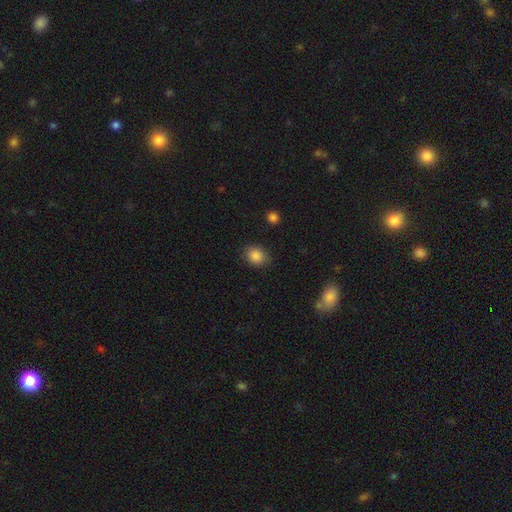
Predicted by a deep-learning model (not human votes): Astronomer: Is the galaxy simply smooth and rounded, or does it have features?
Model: smooth — 87%.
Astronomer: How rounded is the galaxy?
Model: round — 51% (runner-up: in between, 48%).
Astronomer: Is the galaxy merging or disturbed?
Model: none — 84%.